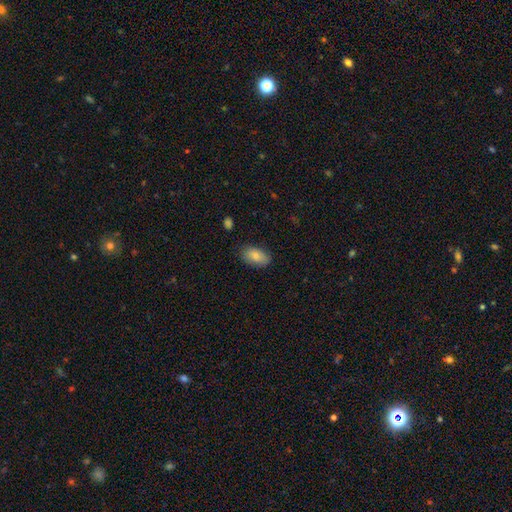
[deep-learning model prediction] smooth_or_featured: smooth (p=0.84) [alt: featured or disk p=0.09]
how_rounded: in between (p=0.93) [alt: round p=0.04]
merging: none (p=0.82) [alt: minor disturbance p=0.14]